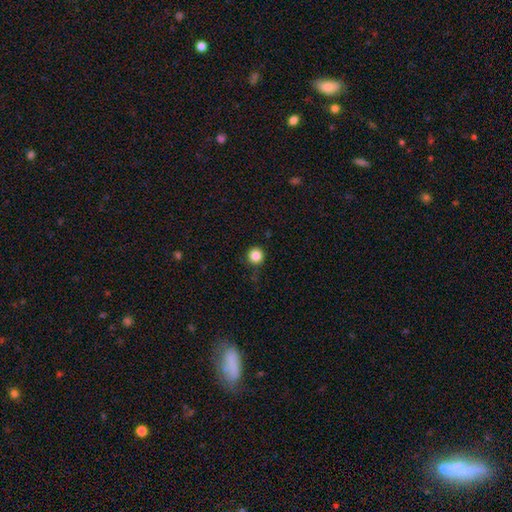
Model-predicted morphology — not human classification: Smooth or featured: smooth — 86% (star or artifact — 11%)
How rounded: round — 95% (in between — 4%)
Merging: none — 89% (minor disturbance — 8%)